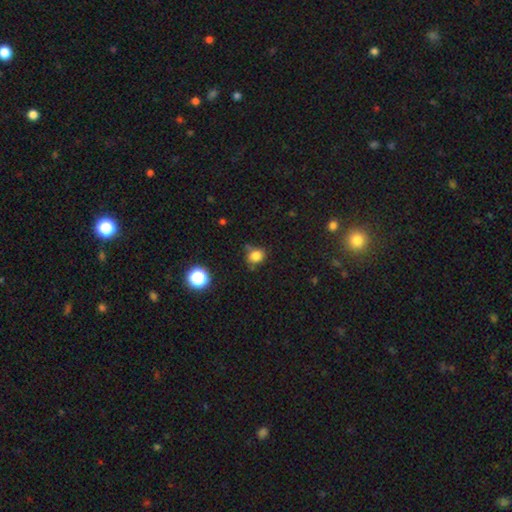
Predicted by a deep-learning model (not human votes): The model was most divided on "merging": none: 66%, minor disturbance: 23%, major disturbance: 6%, merger: 5%. More confident: smooth or featured — smooth (80%); how rounded — round (72%).